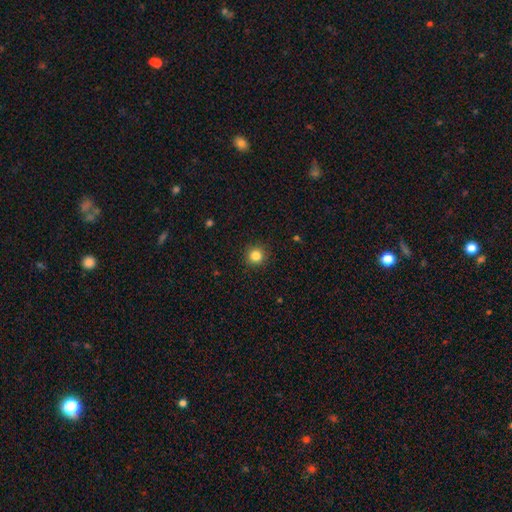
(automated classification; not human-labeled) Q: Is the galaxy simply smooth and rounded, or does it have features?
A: smooth — 83%.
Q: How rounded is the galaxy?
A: round — 94%.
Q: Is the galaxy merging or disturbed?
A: none — 92%.